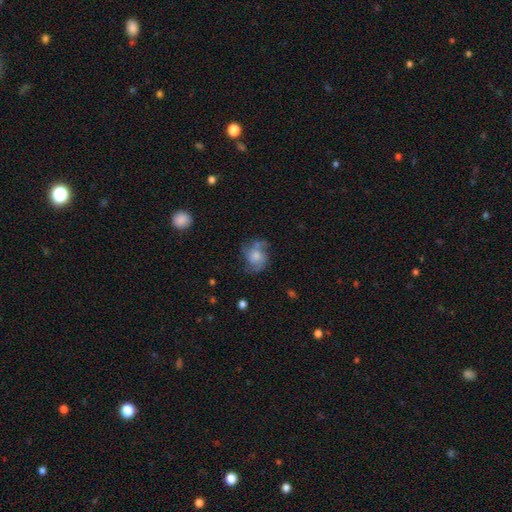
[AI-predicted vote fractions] smooth-or-featured: featured or disk: 50% | smooth: 40% | star or artifact: 10%
  disk-edge-on: no: 97% | yes: 3%
  merging: none: 50% | minor disturbance: 24% | major disturbance: 21% | merger: 5%